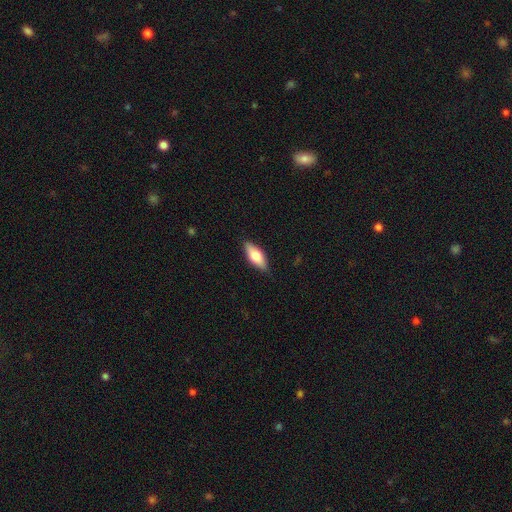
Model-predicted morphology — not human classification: The model was most divided on "smooth or featured": smooth: 65%, featured or disk: 29%, star or artifact: 6%. More confident: merging — none (84%); how rounded — in between (76%).